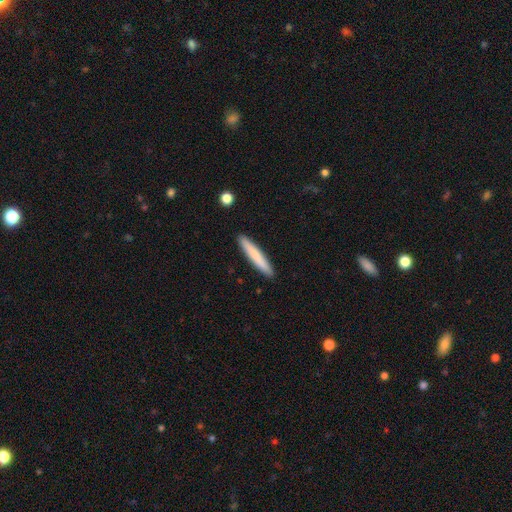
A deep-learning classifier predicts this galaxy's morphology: Q: Smooth or featured?
A: smooth (75%); runner-up: featured or disk (20%)
Q: How rounded?
A: cigar-shaped (94%); runner-up: in between (5%)
Q: Merging?
A: none (92%); runner-up: minor disturbance (6%)